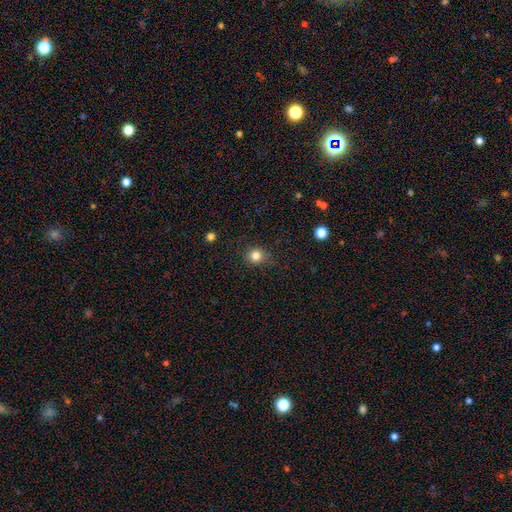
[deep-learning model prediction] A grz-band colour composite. It shows a smooth galaxy with no disk features (82%) that is round (88%). Merging: none (84%).